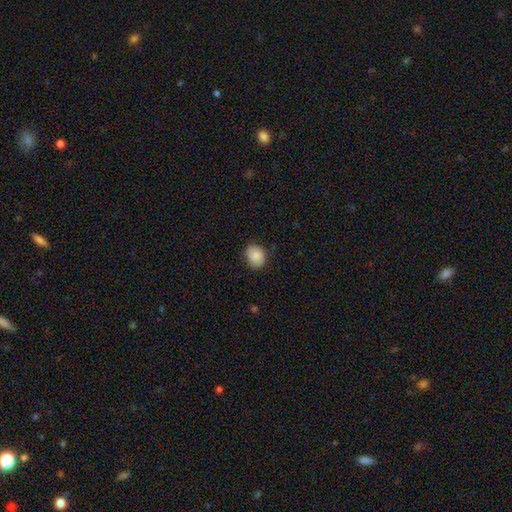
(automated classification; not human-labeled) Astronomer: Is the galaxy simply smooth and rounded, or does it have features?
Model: smooth — 85%.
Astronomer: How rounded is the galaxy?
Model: round — 52% (runner-up: in between, 47%).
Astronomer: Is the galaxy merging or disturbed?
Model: none — 80%.